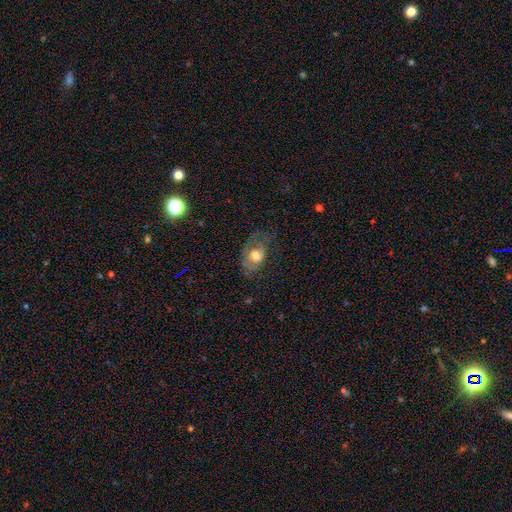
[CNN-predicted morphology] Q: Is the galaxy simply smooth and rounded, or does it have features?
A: smooth — 51%.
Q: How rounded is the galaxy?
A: in between — 81%.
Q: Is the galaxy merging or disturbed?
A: none — 42%.